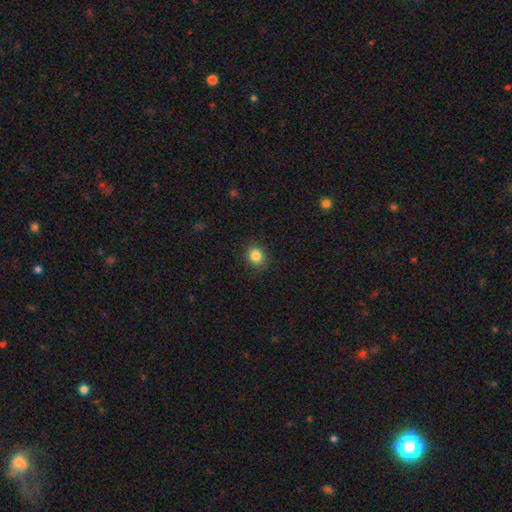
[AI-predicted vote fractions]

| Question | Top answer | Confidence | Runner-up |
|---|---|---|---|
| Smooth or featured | smooth | 84% | star or artifact (10%) |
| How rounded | round | 66% | in between (33%) |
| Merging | none | 88% | minor disturbance (9%) |